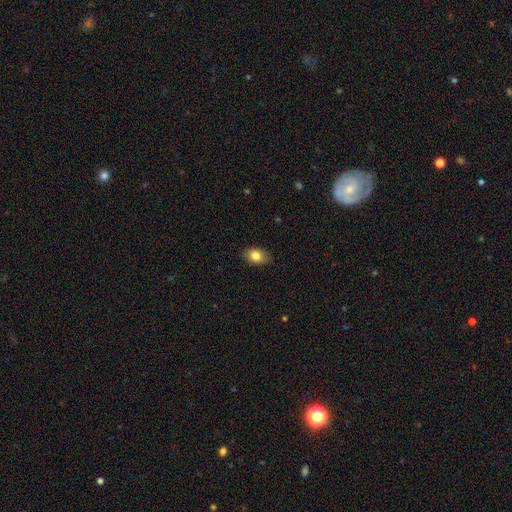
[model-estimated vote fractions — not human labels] Smooth or featured? smooth (81%)
How rounded? in between (83%)
Merging? none (87%)